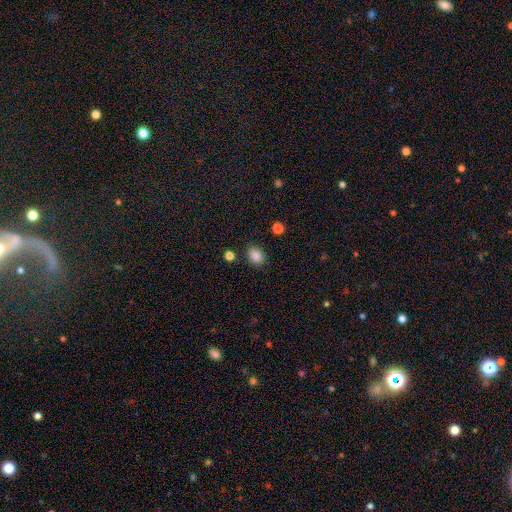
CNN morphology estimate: Smooth or featured?
  - smooth: 86% *
  - star or artifact: 10%
  - featured or disk: 4%
How rounded?
  - in between: 54% *
  - round: 45%
  - cigar-shaped: 1%
Merging?
  - none: 84% *
  - minor disturbance: 10%
  - major disturbance: 3%
  - merger: 3%